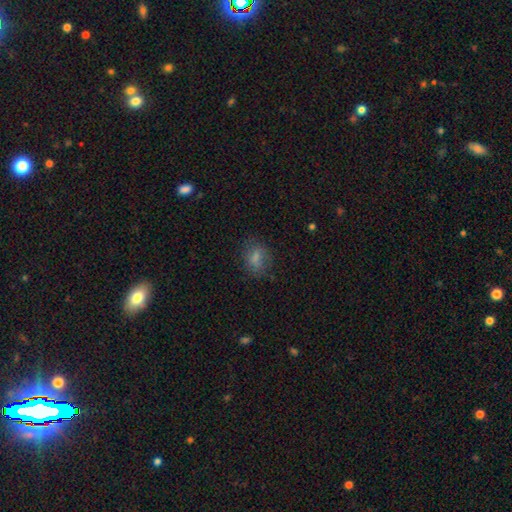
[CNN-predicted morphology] This appears to be a smooth galaxy with no disk features (71%) that is in between round and cigar-shaped (67%). Merging: none (75%).